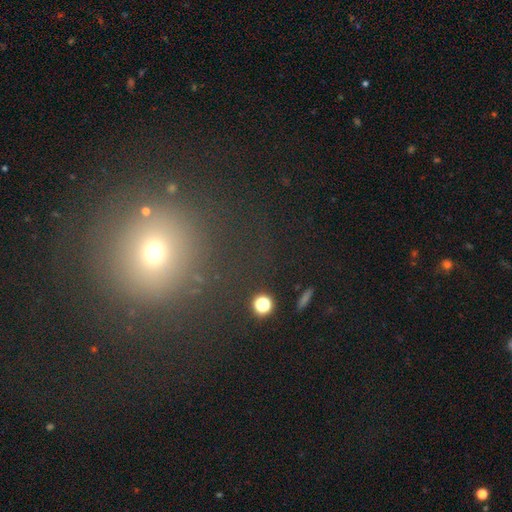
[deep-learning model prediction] A smooth galaxy with no disk features (54%) that is round (93%).

Vote fractions:
- Smooth or featured? smooth: 54% / star or artifact: 35% / featured or disk: 11%
- How rounded? round: 93% / in between: 6% / cigar-shaped: 1%
- Merging? none: 84% / minor disturbance: 8% / major disturbance: 5% / merger: 3%